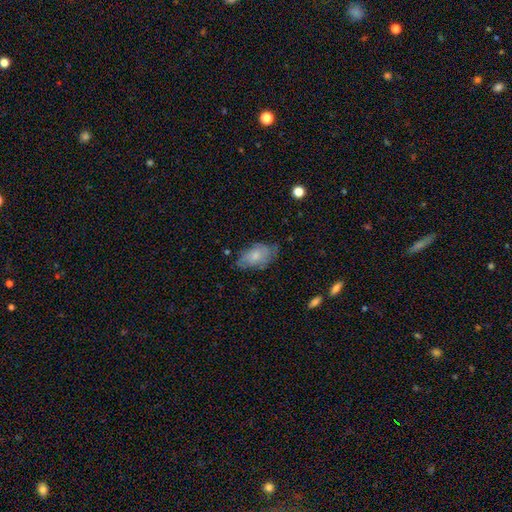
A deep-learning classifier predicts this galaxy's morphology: A smooth galaxy with no disk features (56%) that is in between round and cigar-shaped (92%). Merging: none (59%).